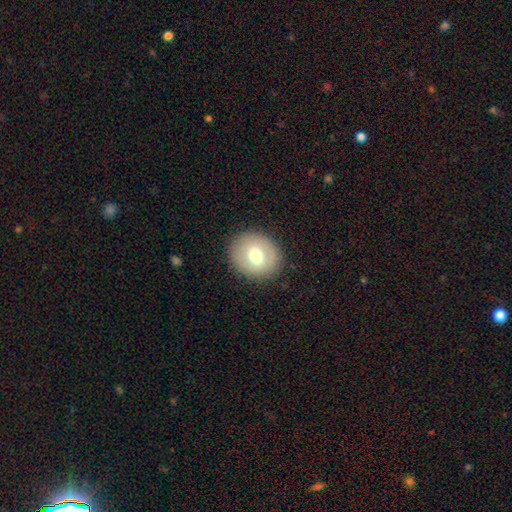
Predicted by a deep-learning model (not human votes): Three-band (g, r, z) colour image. It shows a smooth galaxy with no disk features (65%) that is round (74%). Merging: none (87%).